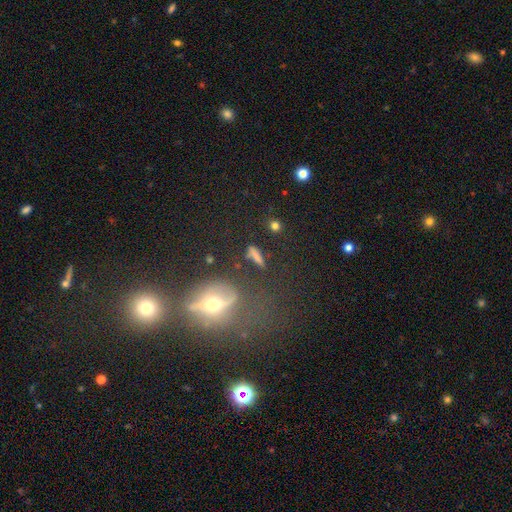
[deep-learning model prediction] smooth 65%, featured or disk 20%, star or artifact 15%. Down the decision tree: how rounded — cigar-shaped (70%); merging — none (71%).